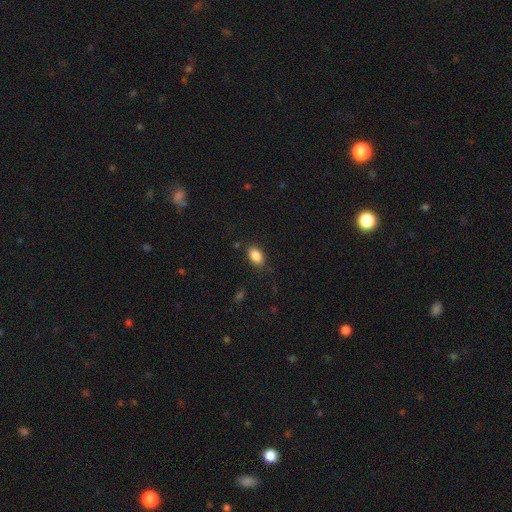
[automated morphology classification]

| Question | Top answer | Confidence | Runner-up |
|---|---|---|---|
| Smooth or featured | smooth | 87% | star or artifact (8%) |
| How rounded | in between | 87% | round (11%) |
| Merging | none | 84% | minor disturbance (11%) |